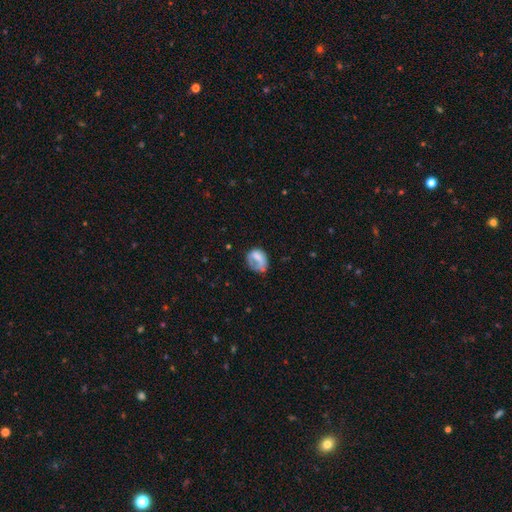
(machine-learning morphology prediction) smooth_or_featured: smooth (p=0.61) [alt: featured or disk p=0.29]
how_rounded: in between (p=0.53) [alt: round p=0.46]
merging: none (p=0.37) [alt: major disturbance p=0.31]